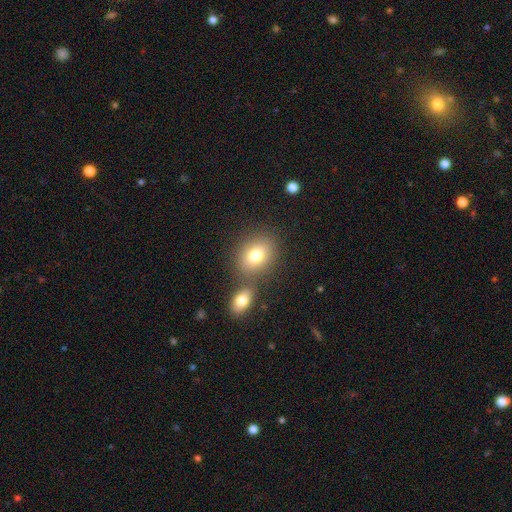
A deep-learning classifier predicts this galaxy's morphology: Q: Smooth or featured?
A: smooth (78%); runner-up: featured or disk (11%)
Q: How rounded?
A: in between (54%); runner-up: round (45%)
Q: Merging?
A: none (63%); runner-up: merger (23%)